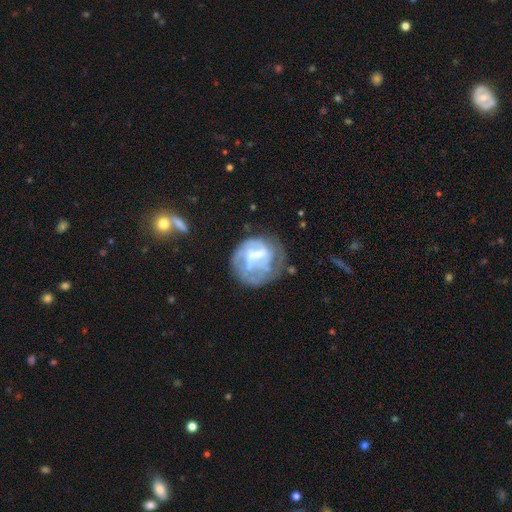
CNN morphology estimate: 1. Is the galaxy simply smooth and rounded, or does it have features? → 65% featured or disk, 27% smooth, 8% star or artifact.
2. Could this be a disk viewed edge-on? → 98% no, 2% yes.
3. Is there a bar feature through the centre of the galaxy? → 45% weak, 35% no, 20% strong.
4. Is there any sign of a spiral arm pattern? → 50% yes (tied), 50% no (tied).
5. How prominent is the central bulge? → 38% small, 30% moderate, 25% none, 5% large, 1% dominant.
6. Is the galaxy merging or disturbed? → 46% none, 26% major disturbance, 23% minor disturbance, 4% merger.